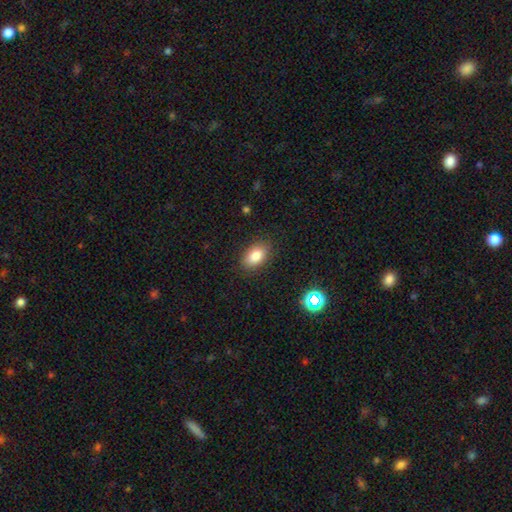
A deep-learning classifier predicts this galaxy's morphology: Overall: smooth (83%). How rounded: in between (89%). Merging: none (87%).